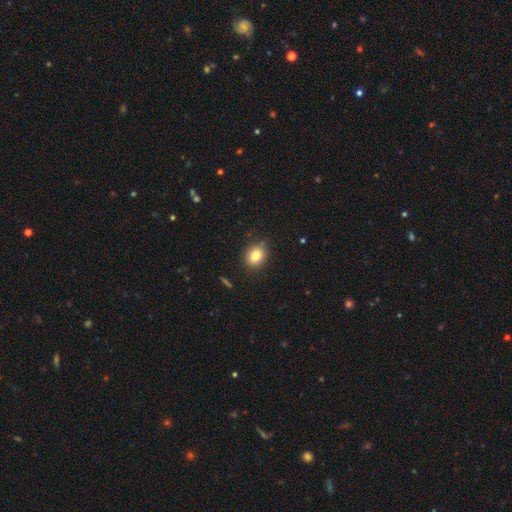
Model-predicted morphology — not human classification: This is clearly a smooth galaxy (82%). How rounded: possibly round (55%). Merging: clearly none (85%).